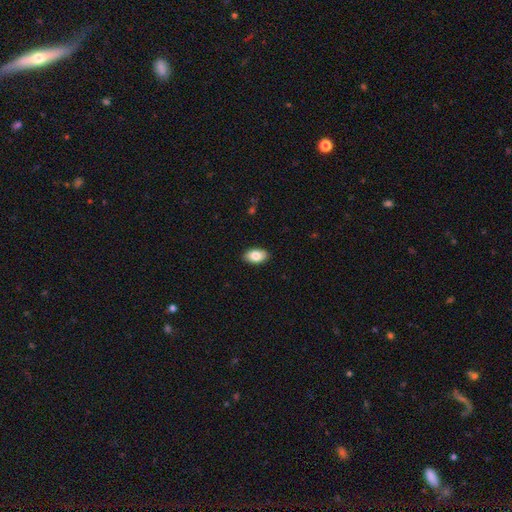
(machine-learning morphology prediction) This is clearly a smooth galaxy (84%). How rounded: clearly in between (93%). Merging: clearly none (89%).